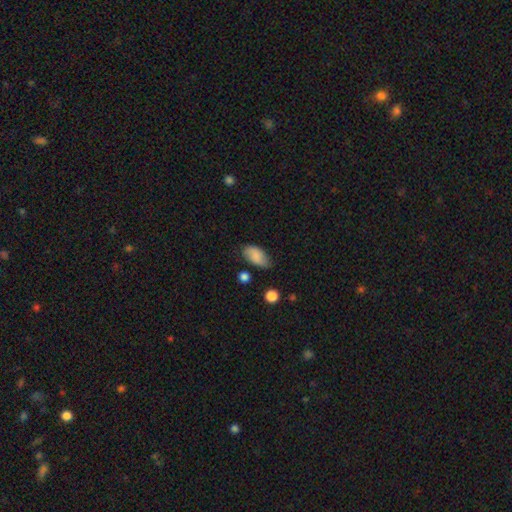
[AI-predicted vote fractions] Q: Smooth or featured?
A: smooth (82%); runner-up: featured or disk (10%)
Q: How rounded?
A: in between (93%); runner-up: round (4%)
Q: Merging?
A: none (70%); runner-up: minor disturbance (23%)